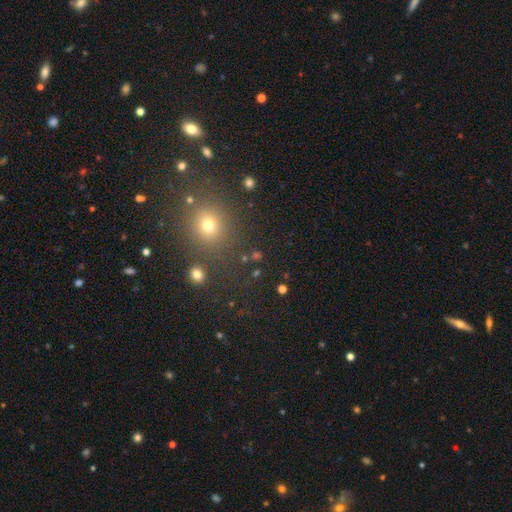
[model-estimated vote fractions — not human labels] A smooth galaxy with no disk features (53%) that is round (81%).

Vote fractions:
- Smooth or featured? smooth: 53% / star or artifact: 39% / featured or disk: 8%
- How rounded? round: 81% / in between: 17% / cigar-shaped: 2%
- Merging? none: 80% / minor disturbance: 9% / merger: 6% / major disturbance: 5%